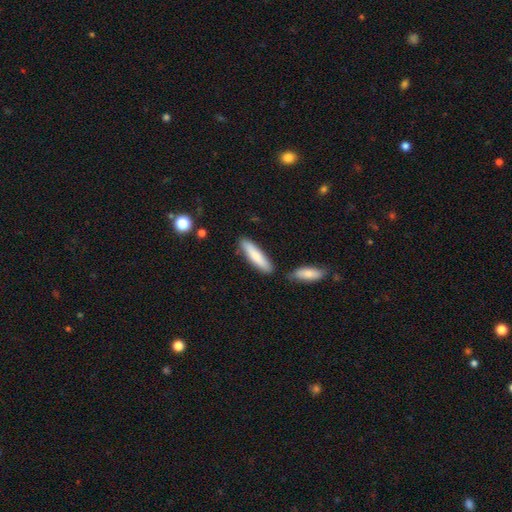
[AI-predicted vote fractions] Smooth or featured: smooth — 79% (featured or disk — 15%)
How rounded: cigar-shaped — 75% (in between — 24%)
Merging: none — 77% (minor disturbance — 12%)